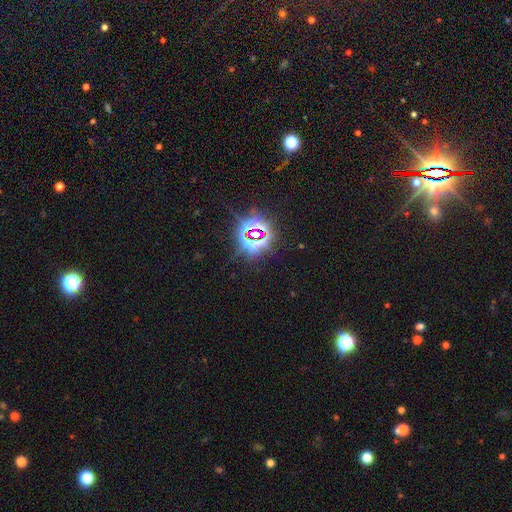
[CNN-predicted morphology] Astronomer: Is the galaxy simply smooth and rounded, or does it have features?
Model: star or artifact — 79%.